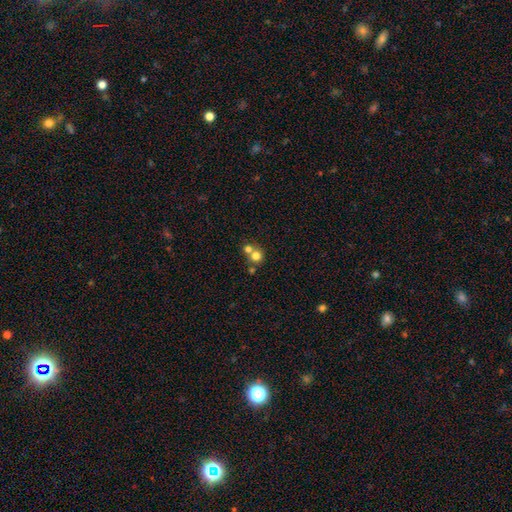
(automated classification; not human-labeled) A smooth galaxy with no disk features (73%) that is round (85%).

Vote fractions:
- Smooth or featured? smooth: 73% / featured or disk: 14% / star or artifact: 13%
- How rounded? round: 85% / in between: 14% / cigar-shaped: 1%
- Merging? merger: 51% / none: 41% / minor disturbance: 5% / major disturbance: 3%